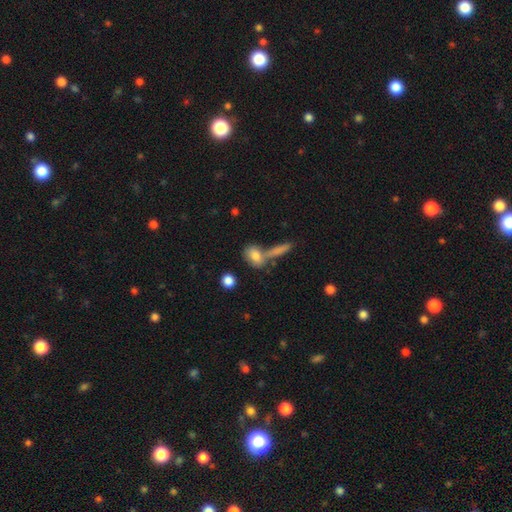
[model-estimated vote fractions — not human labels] Smooth or featured? smooth (76%)
How rounded? in between (68%)
Merging? none (49%)